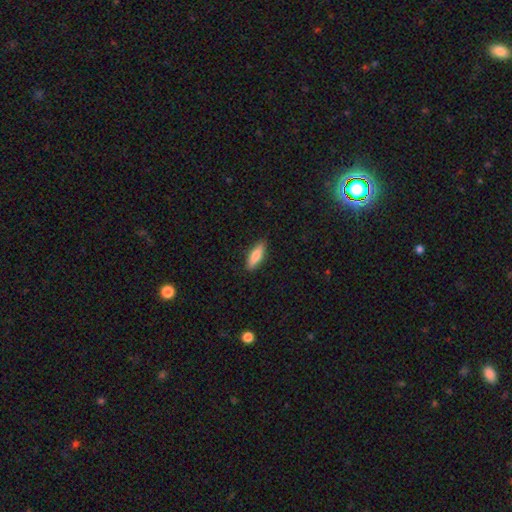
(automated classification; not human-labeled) Smooth or featured? smooth (75%)
How rounded? cigar-shaped (53%)
Merging? none (88%)